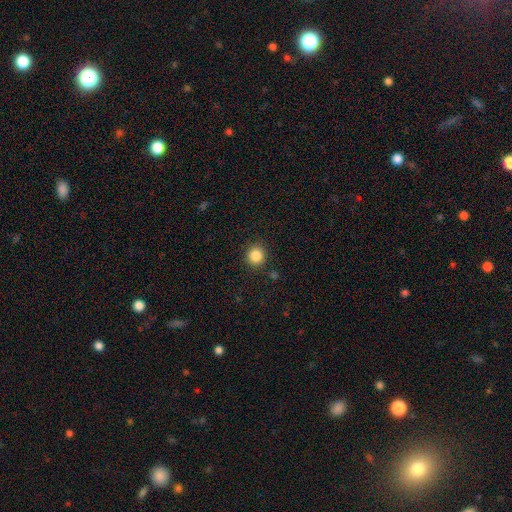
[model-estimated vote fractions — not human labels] Smooth or featured?
  - smooth: 85% *
  - star or artifact: 10%
  - featured or disk: 4%
How rounded?
  - round: 89% *
  - in between: 10%
  - cigar-shaped: 1%
Merging?
  - none: 89% *
  - minor disturbance: 7%
  - major disturbance: 2%
  - merger: 2%